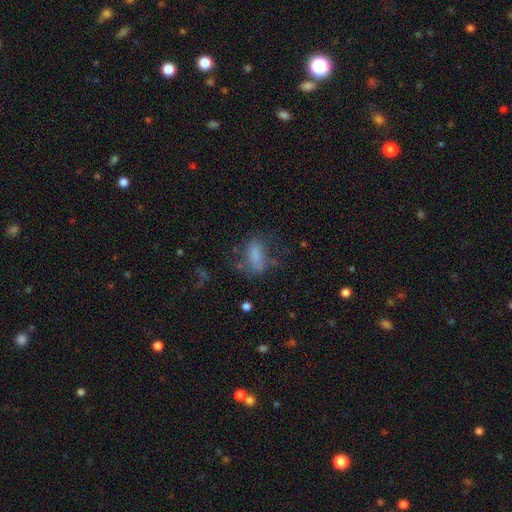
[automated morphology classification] smooth_or_featured: smooth (p=0.66) [alt: featured or disk p=0.21]
how_rounded: in between (p=0.84) [alt: cigar-shaped p=0.09]
merging: none (p=0.42) [alt: major disturbance p=0.28]